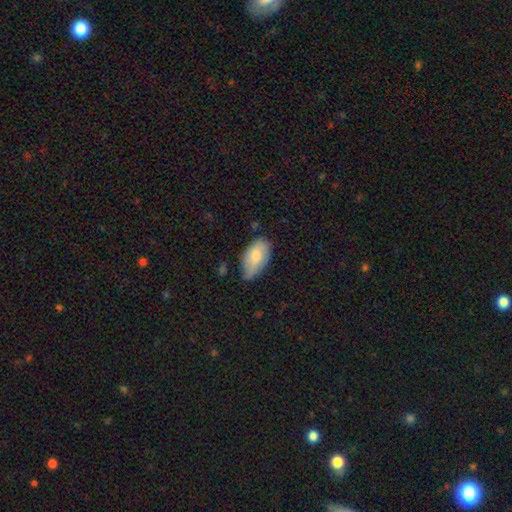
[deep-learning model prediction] Smooth or featured? Predicted: smooth (p=0.75). How rounded? Predicted: in between (p=0.94). Merging? Predicted: none (p=0.55).